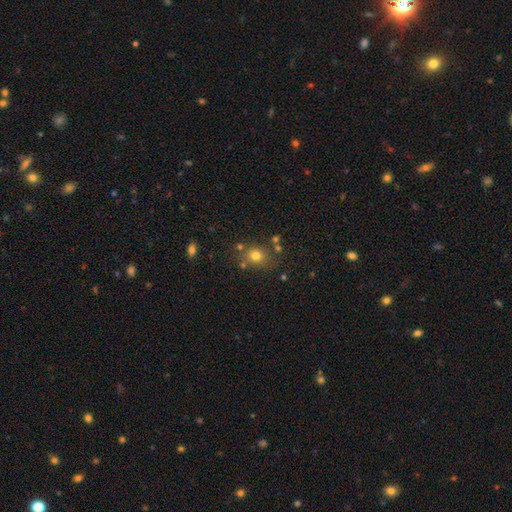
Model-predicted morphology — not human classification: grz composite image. It shows a smooth galaxy with no disk features (74%) that is round (70%). Merging: none (72%).